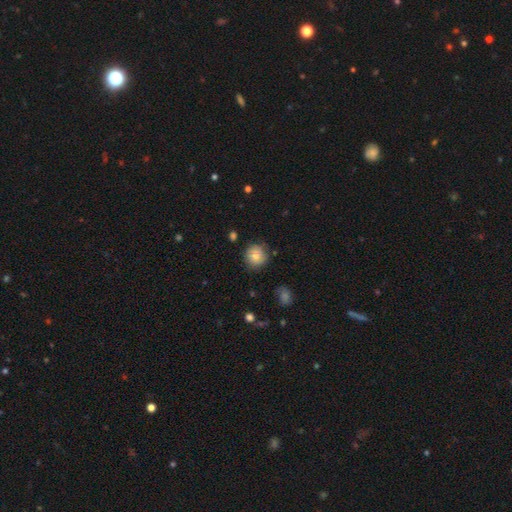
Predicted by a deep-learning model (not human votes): Morphology: type=smooth (81%); roundness=round (91%); merging=none (83%).